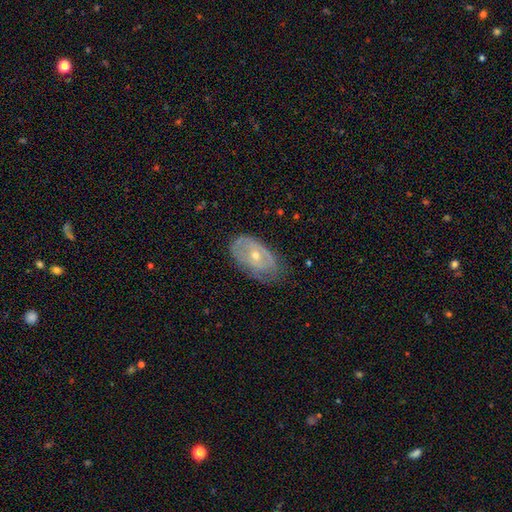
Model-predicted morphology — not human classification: smooth-or-featured: featured or disk: 63% | smooth: 31% | star or artifact: 7%
  disk-edge-on: no: 91% | yes: 9%
    bar: no: 71% | weak: 23% | strong: 6%
    has-spiral-arms: yes: 51% | no: 49%
    bulge-size: moderate: 49% | small: 48% | large: 1% | none: 1% | dominant: 1%
  merging: none: 60% | minor disturbance: 29% | major disturbance: 10% | merger: 1%